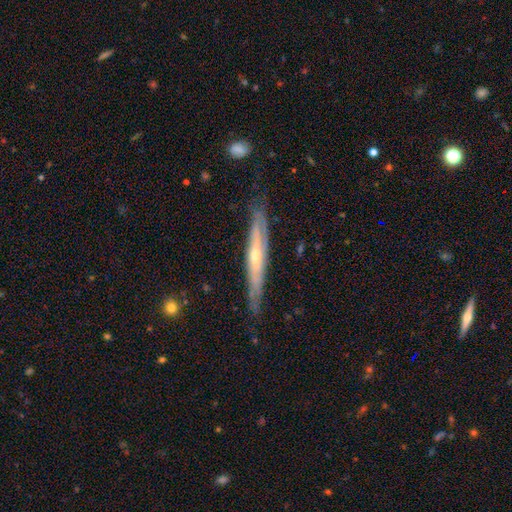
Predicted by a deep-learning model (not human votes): Smooth or featured?
  - featured or disk: 73% *
  - smooth: 21%
  - star or artifact: 6%
Edge-on disk?
  - yes: 85% *
  - no: 15%
Edge-on bulge?
  - rounded: 64% *
  - none: 32%
  - boxy: 4%
Merging?
  - none: 78% *
  - minor disturbance: 18%
  - major disturbance: 3%
  - merger: 1%